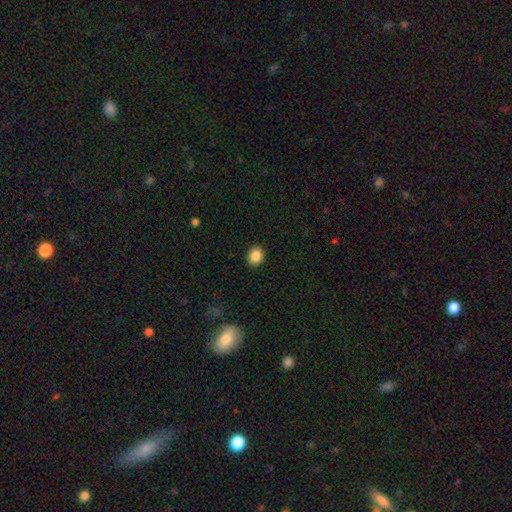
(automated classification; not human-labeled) A smooth galaxy with no disk features (87%) that is round (62%). Merging: none (90%).